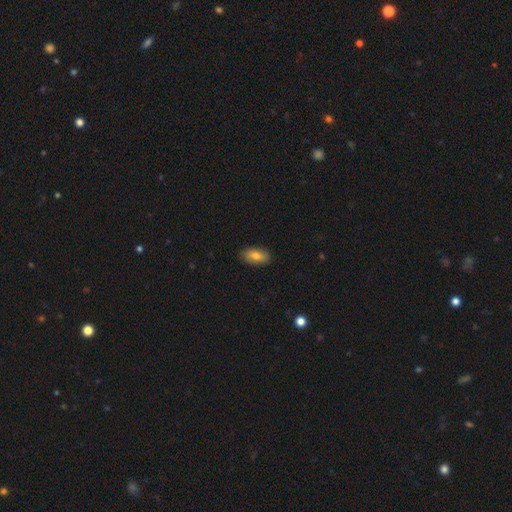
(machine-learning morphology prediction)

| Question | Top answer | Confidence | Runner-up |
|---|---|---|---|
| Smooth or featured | smooth | 76% | featured or disk (16%) |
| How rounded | in between | 90% | cigar-shaped (6%) |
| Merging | none | 87% | minor disturbance (10%) |